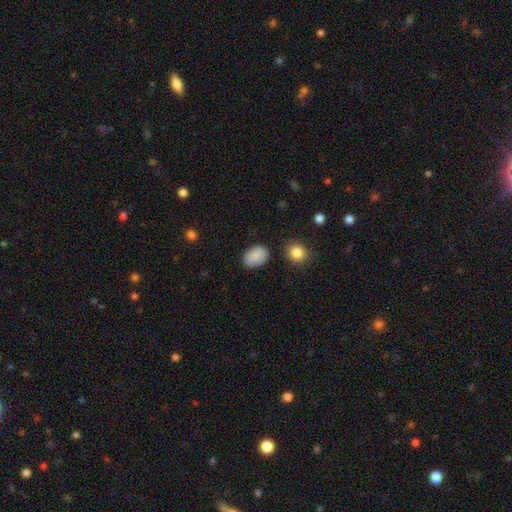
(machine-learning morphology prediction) smooth-or-featured: smooth: 88% | star or artifact: 7% | featured or disk: 5%
  how-rounded: in between: 81% | round: 18% | cigar-shaped: 1%
  merging: none: 83% | minor disturbance: 12% | major disturbance: 3% | merger: 2%